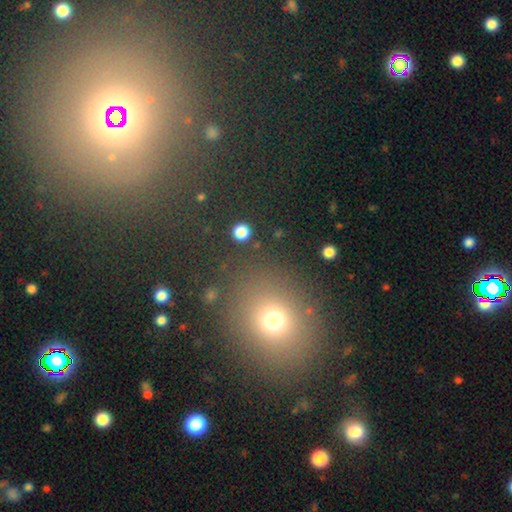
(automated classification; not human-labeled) Smooth or featured?
  - smooth: 55% *
  - star or artifact: 33%
  - featured or disk: 11%
How rounded?
  - round: 71% *
  - in between: 27%
  - cigar-shaped: 1%
Merging?
  - none: 87% *
  - minor disturbance: 7%
  - major disturbance: 3%
  - merger: 2%